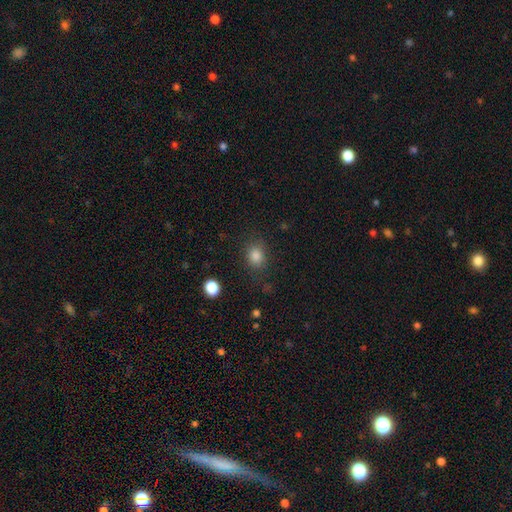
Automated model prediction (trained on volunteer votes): This is clearly a smooth galaxy (83%). How rounded: likely round (61%). Merging: clearly none (83%).